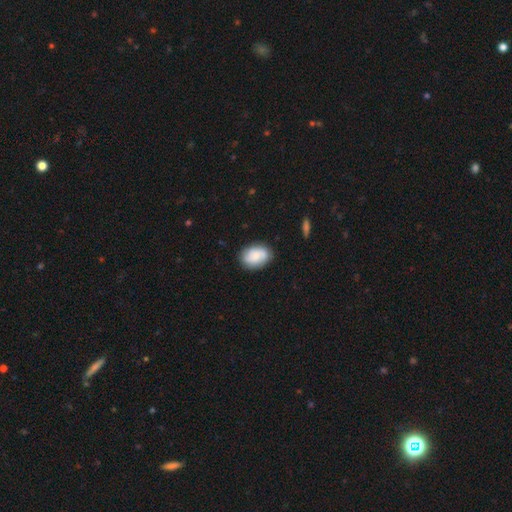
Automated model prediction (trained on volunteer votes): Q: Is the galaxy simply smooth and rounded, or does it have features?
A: smooth — 59%.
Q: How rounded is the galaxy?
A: in between — 75%.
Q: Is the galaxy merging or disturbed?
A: none — 79%.